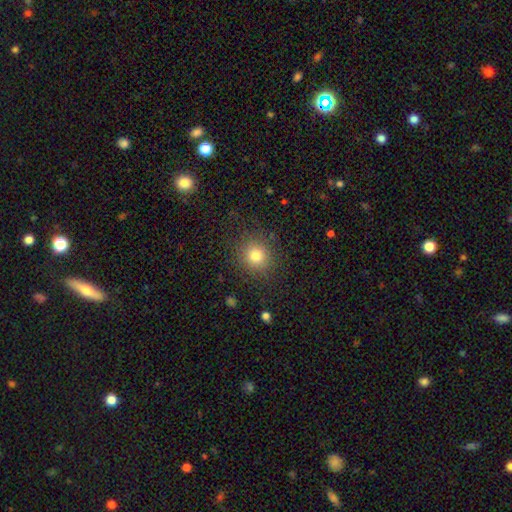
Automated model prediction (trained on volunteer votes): This appears to be a smooth galaxy with no disk features (79%) that is round (88%). Merging: none (85%).